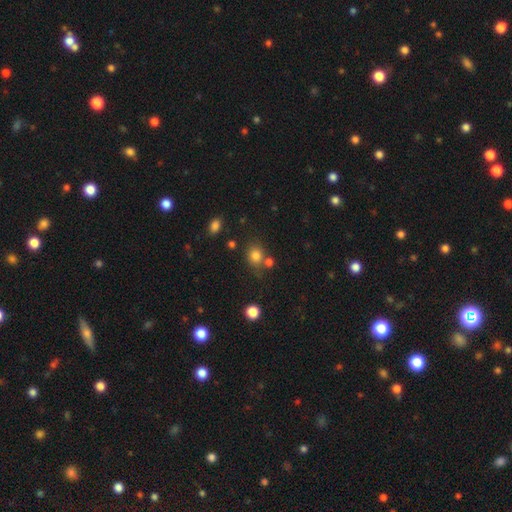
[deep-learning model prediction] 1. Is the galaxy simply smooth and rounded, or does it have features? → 80% smooth, 13% star or artifact, 7% featured or disk.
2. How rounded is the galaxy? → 74% round, 25% in between, 1% cigar-shaped.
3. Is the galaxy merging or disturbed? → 64% none, 19% merger, 12% minor disturbance, 5% major disturbance.